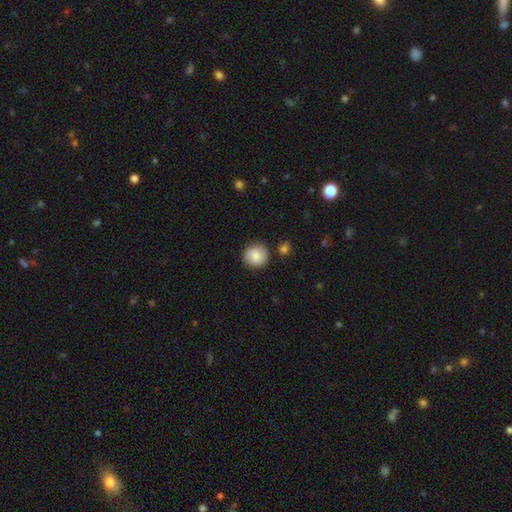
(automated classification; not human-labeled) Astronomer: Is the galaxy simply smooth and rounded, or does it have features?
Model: smooth — 80%.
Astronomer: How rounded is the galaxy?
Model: round — 90%.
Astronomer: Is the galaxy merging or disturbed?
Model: none — 85%.